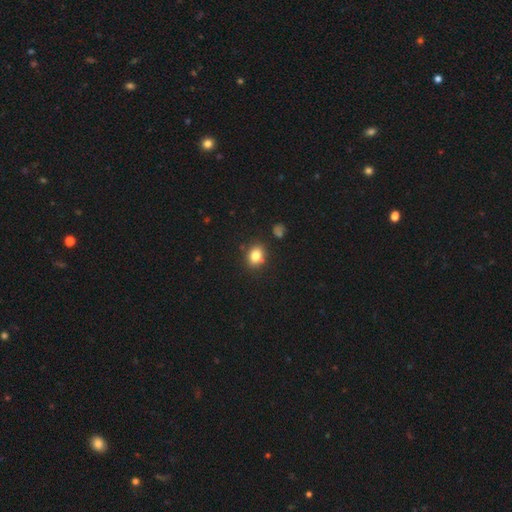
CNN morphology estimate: Overall: smooth (82%). How rounded: round (58%; in between 41%). Merging: none (83%).